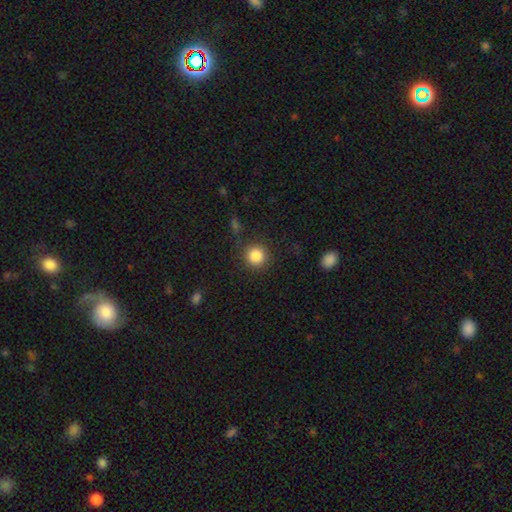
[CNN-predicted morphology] A smooth galaxy with no disk features (85%) that is round (94%).

Vote fractions:
- Smooth or featured? smooth: 85% / star or artifact: 10% / featured or disk: 4%
- How rounded? round: 94% / in between: 5% / cigar-shaped: 1%
- Merging? none: 86% / minor disturbance: 8% / major disturbance: 4% / merger: 2%